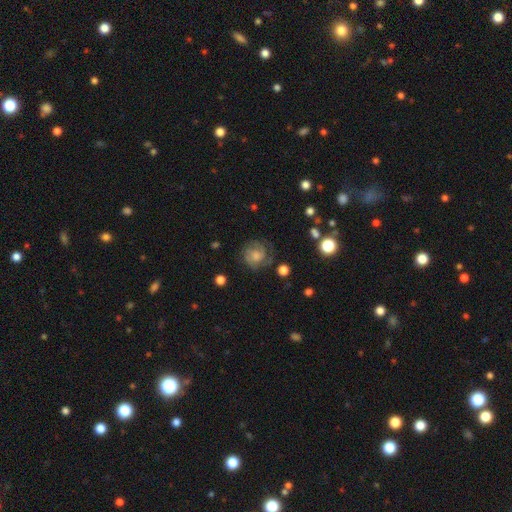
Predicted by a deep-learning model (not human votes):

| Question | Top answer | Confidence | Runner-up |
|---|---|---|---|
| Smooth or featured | featured or disk | 55% | smooth (36%) |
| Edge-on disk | no | 98% | yes (2%) |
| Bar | no | 72% | weak (24%) |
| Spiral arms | yes | 86% | no (14%) |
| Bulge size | moderate | 37% | small (28%) |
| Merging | none | 68% | minor disturbance (19%) |